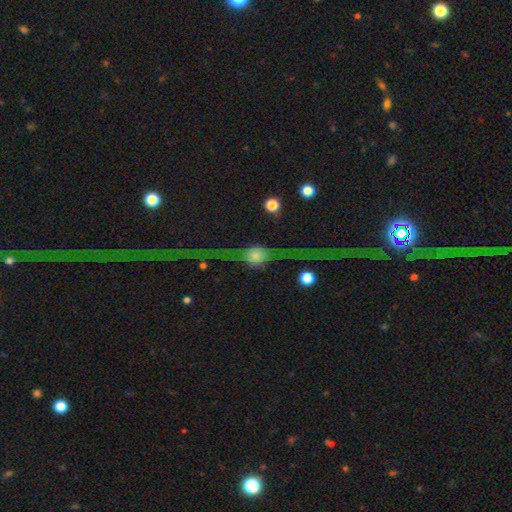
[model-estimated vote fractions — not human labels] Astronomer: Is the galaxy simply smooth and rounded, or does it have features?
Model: smooth — 50% (runner-up: featured or disk, 37%).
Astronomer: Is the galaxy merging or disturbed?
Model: none — 54%.